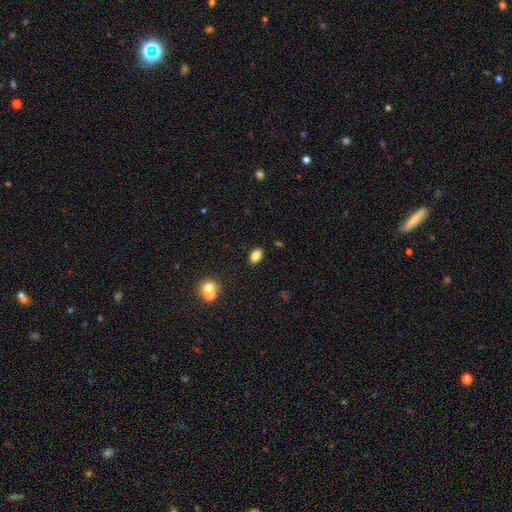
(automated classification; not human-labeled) This appears to be a smooth galaxy with no disk features (84%) that is in between round and cigar-shaped (89%). Merging: none (85%).